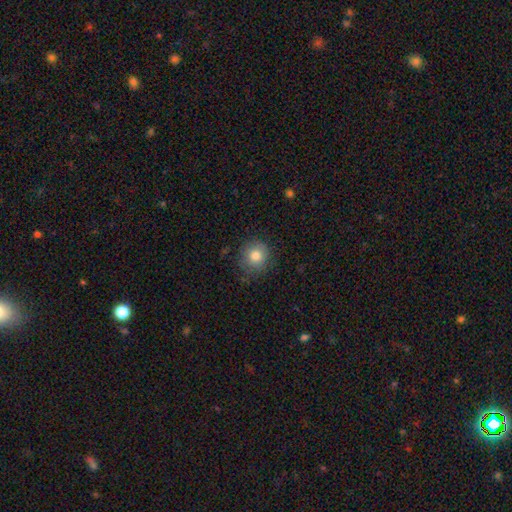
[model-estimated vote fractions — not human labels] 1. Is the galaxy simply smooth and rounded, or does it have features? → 82% smooth, 10% star or artifact, 8% featured or disk.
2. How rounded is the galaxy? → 90% round, 9% in between, 1% cigar-shaped.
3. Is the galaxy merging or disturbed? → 82% none, 13% minor disturbance, 4% major disturbance, 1% merger.